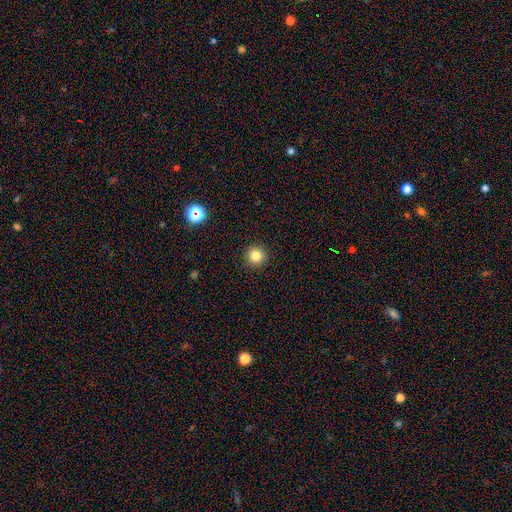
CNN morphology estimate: smooth-or-featured: smooth: 82% | star or artifact: 13% | featured or disk: 5%
  how-rounded: round: 95% | in between: 4% | cigar-shaped: 1%
  merging: none: 93% | minor disturbance: 5% | major disturbance: 2% | merger: 1%